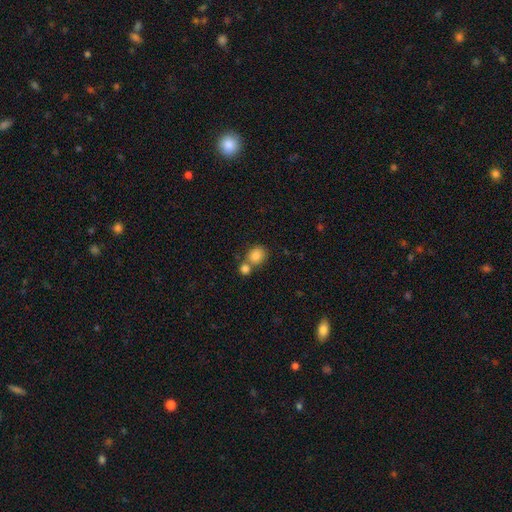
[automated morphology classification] Smooth or featured?
  - smooth: 84% *
  - star or artifact: 10%
  - featured or disk: 7%
How rounded?
  - round: 65% *
  - in between: 34%
  - cigar-shaped: 1%
Merging?
  - none: 50% *
  - merger: 38%
  - minor disturbance: 9%
  - major disturbance: 3%